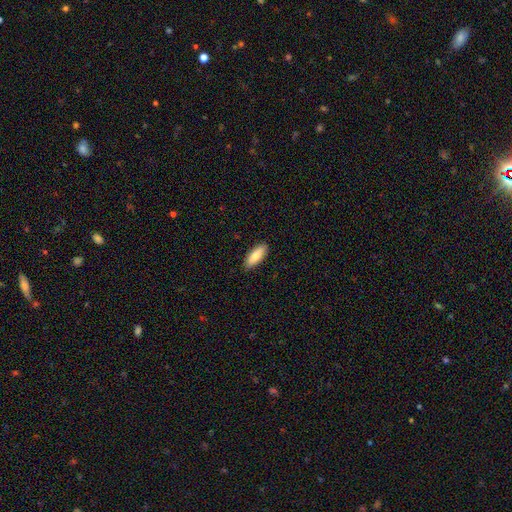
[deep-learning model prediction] Morphology: type=smooth (79%); roundness=in between (75%); merging=none (87%).